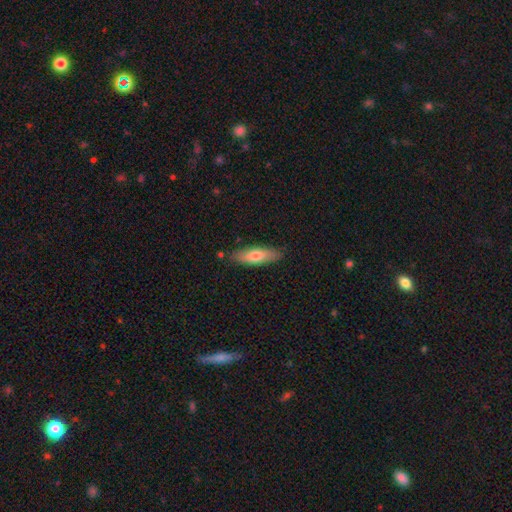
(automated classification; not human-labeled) Smooth or featured?
  - smooth: 68% *
  - featured or disk: 26%
  - star or artifact: 6%
How rounded?
  - cigar-shaped: 52% *
  - in between: 46%
  - round: 2%
Merging?
  - none: 84% *
  - minor disturbance: 12%
  - major disturbance: 2%
  - merger: 2%